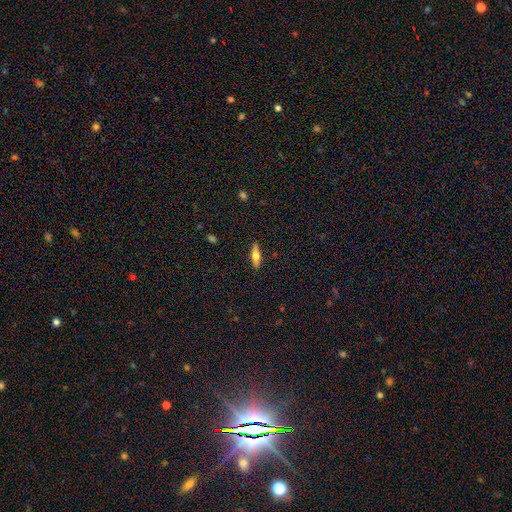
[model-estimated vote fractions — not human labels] A smooth galaxy with no disk features (53%) that is cigar-shaped (58%). Merging: none (89%).